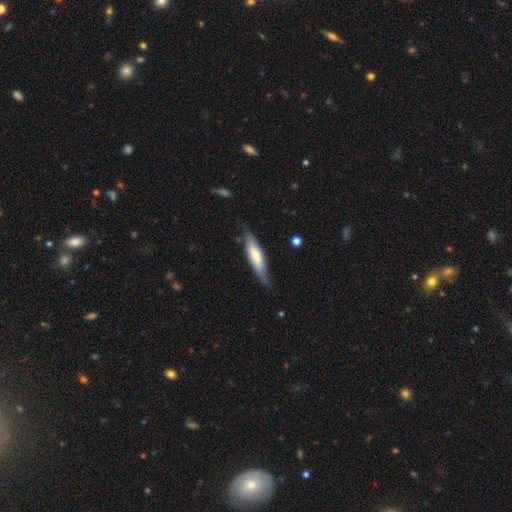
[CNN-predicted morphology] Q: Smooth or featured?
A: smooth (56%); runner-up: featured or disk (38%)
Q: How rounded?
A: cigar-shaped (71%); runner-up: in between (28%)
Q: Merging?
A: none (70%); runner-up: minor disturbance (22%)